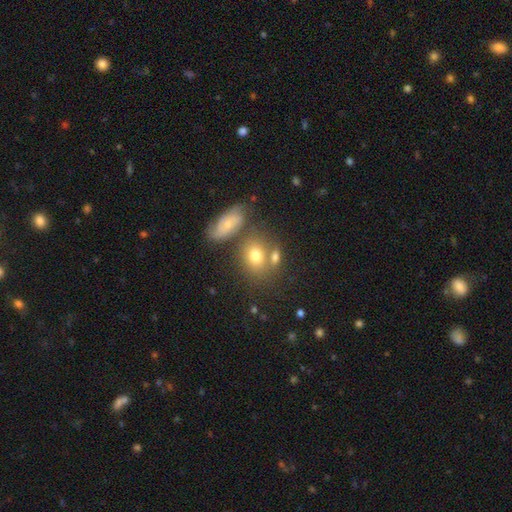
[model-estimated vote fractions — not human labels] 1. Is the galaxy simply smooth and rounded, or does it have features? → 70% smooth, 19% featured or disk, 11% star or artifact.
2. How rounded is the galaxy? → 56% in between, 42% round, 2% cigar-shaped.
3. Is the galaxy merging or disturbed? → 53% none, 28% merger, 13% minor disturbance, 5% major disturbance.